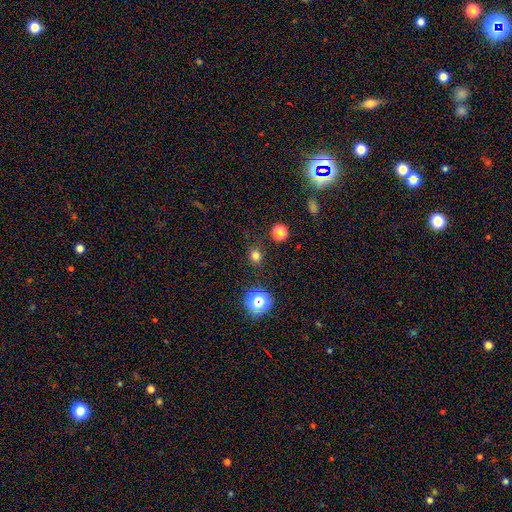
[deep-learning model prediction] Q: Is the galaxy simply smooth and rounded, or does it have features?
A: smooth — 74%.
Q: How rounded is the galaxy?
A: round — 80%.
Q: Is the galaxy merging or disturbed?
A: none — 87%.